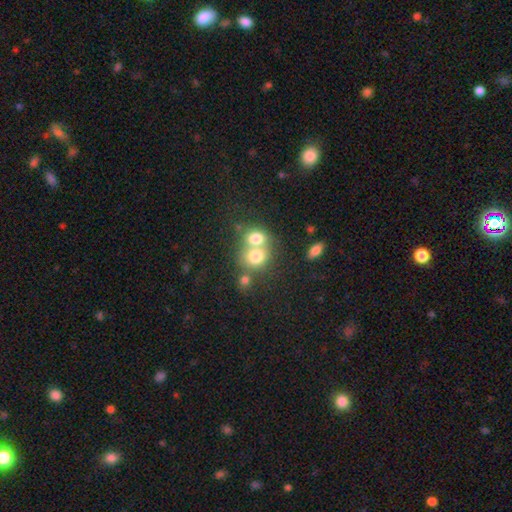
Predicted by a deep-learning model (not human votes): A smooth galaxy with no disk features (73%) that is round (65%). Merging: merger (62%).